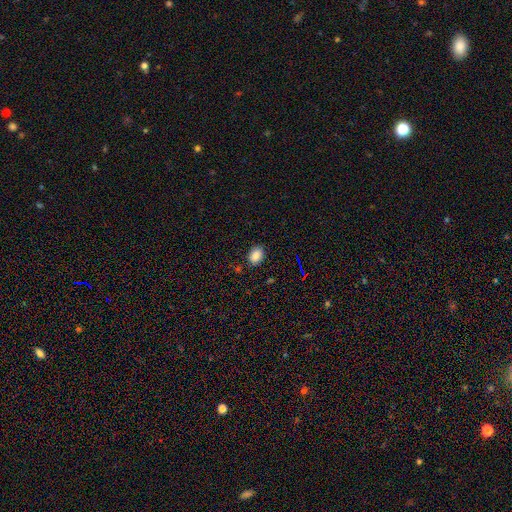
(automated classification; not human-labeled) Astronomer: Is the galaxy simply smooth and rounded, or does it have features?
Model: smooth — 85%.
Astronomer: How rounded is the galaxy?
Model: in between — 68%.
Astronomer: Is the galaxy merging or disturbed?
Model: none — 84%.